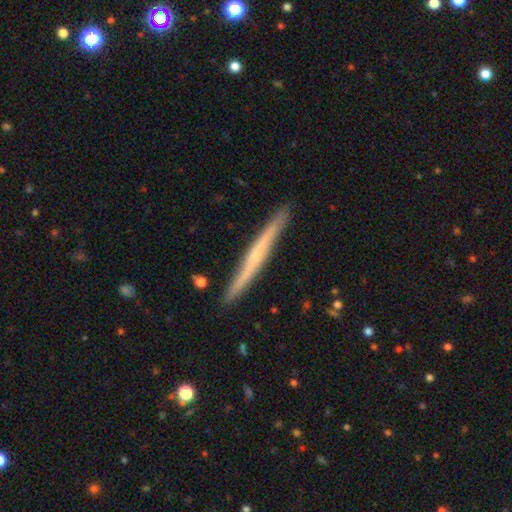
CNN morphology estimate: smooth_or_featured: featured or disk (p=0.68) [alt: smooth p=0.26]
disk_edge_on: yes (p=0.97) [alt: no p=0.03]
edge_on_bulge: rounded (p=0.57) [alt: none p=0.38]
merging: none (p=0.89) [alt: minor disturbance p=0.08]